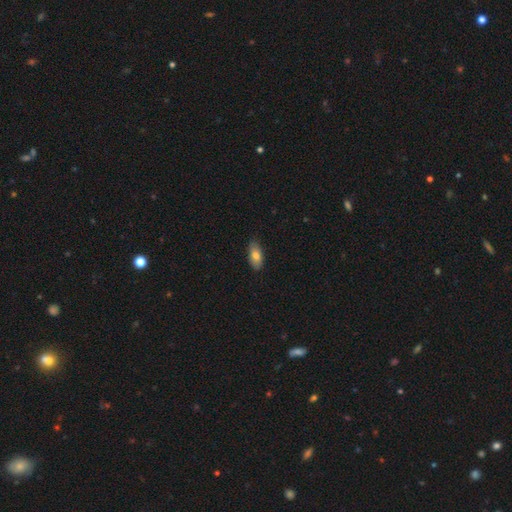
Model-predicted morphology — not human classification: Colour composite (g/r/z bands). It shows a smooth galaxy with no disk features (77%) that is in between round and cigar-shaped (87%). Merging: none (86%).